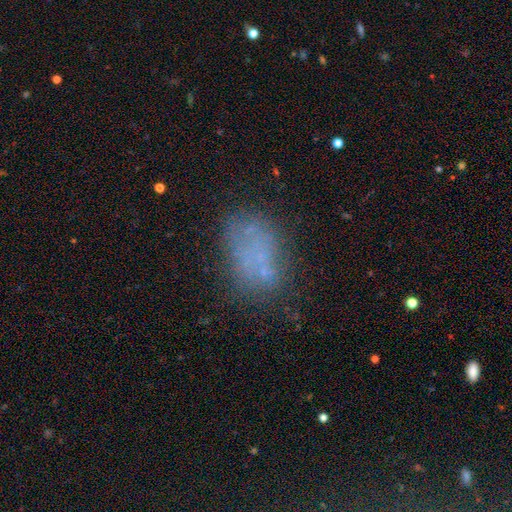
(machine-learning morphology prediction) smooth 46%, featured or disk 35%, star or artifact 19%. Down the decision tree: merging — none (54%).